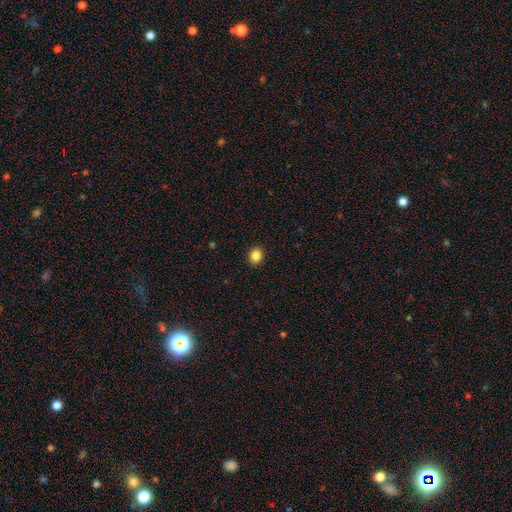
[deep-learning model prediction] Smooth or featured? Predicted: smooth (p=0.86). How rounded? Predicted: round (p=0.55). Merging? Predicted: none (p=0.92).